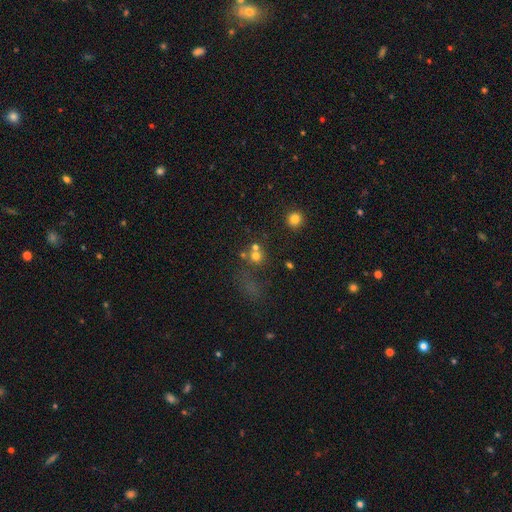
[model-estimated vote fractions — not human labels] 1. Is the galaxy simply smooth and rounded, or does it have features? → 65% smooth, 22% star or artifact, 13% featured or disk.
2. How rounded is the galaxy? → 84% round, 14% in between, 1% cigar-shaped.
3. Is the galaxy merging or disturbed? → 47% none, 35% merger, 9% minor disturbance, 9% major disturbance.